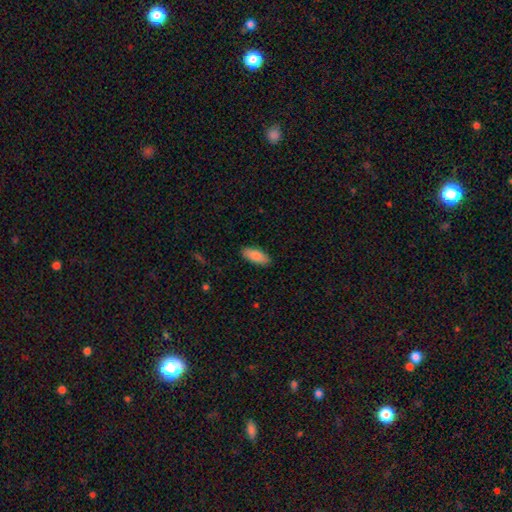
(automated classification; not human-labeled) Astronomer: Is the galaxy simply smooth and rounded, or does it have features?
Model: smooth — 86%.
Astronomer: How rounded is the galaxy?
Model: in between — 82%.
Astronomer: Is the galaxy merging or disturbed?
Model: none — 89%.